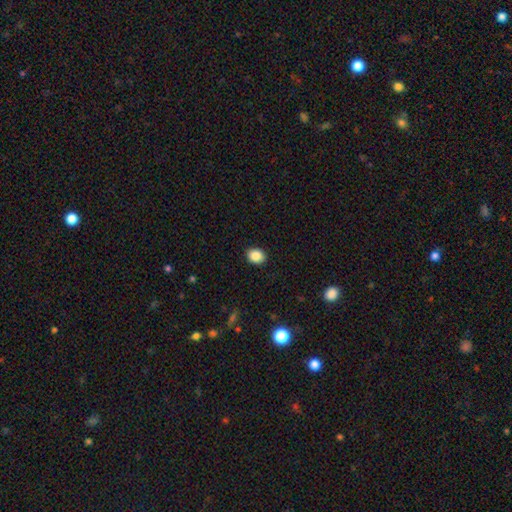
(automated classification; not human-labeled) smooth_or_featured: smooth (p=0.86) [alt: star or artifact p=0.09]
how_rounded: round (p=0.50) [alt: in between p=0.49]
merging: none (p=0.90) [alt: minor disturbance p=0.07]